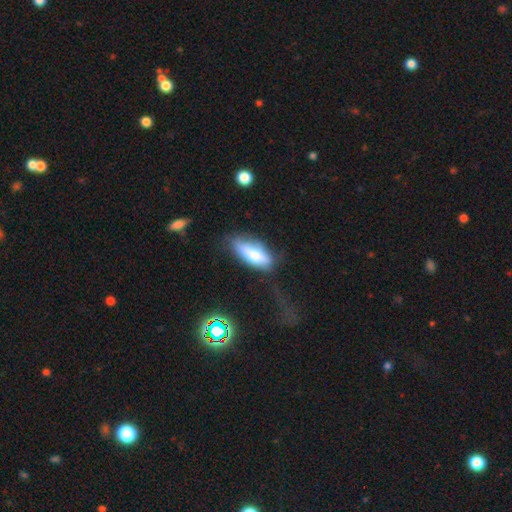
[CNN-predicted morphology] smooth_or_featured: smooth (p=0.70) [alt: featured or disk p=0.23]
how_rounded: in between (p=0.64) [alt: cigar-shaped p=0.33]
merging: none (p=0.52) [alt: minor disturbance p=0.26]